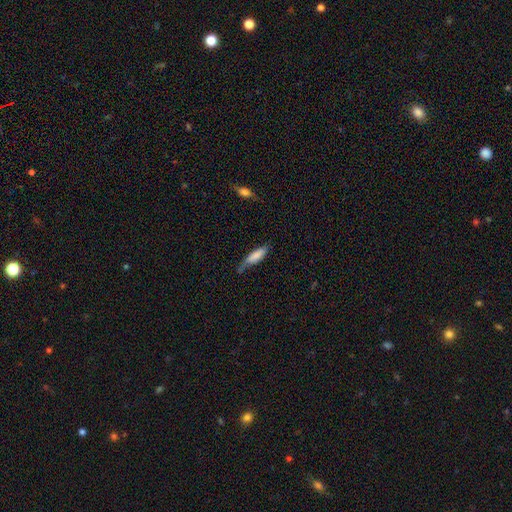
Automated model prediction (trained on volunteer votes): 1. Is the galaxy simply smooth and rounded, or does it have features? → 77% smooth, 17% featured or disk, 6% star or artifact.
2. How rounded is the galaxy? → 59% cigar-shaped, 40% in between, 2% round.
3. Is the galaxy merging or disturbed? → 47% none, 37% minor disturbance, 12% major disturbance, 4% merger.